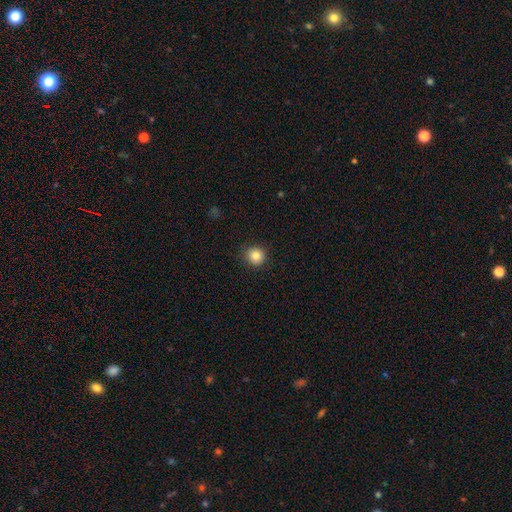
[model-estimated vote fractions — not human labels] A smooth galaxy with no disk features (84%) that is round (91%). Merging: none (91%).